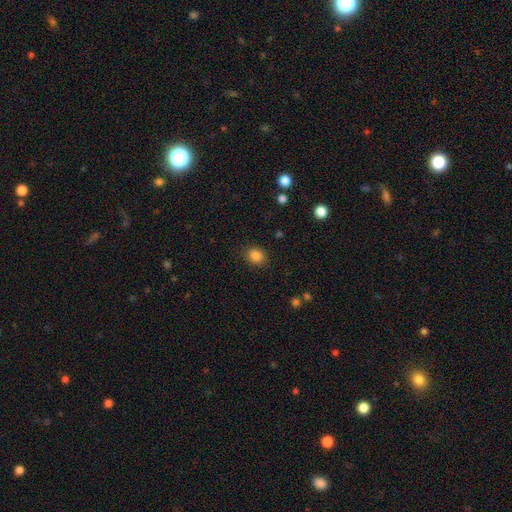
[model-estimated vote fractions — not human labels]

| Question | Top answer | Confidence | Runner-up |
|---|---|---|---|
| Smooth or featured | smooth | 85% | star or artifact (11%) |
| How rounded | round | 64% | in between (35%) |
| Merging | none | 87% | minor disturbance (9%) |